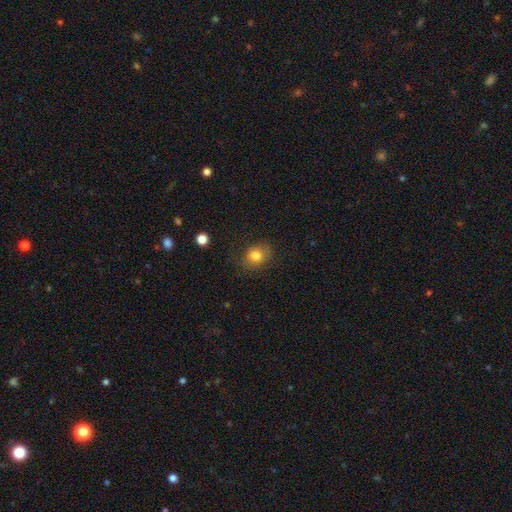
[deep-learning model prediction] This is likely a smooth galaxy (80%). How rounded: possibly round (56%). Merging: likely none (76%).